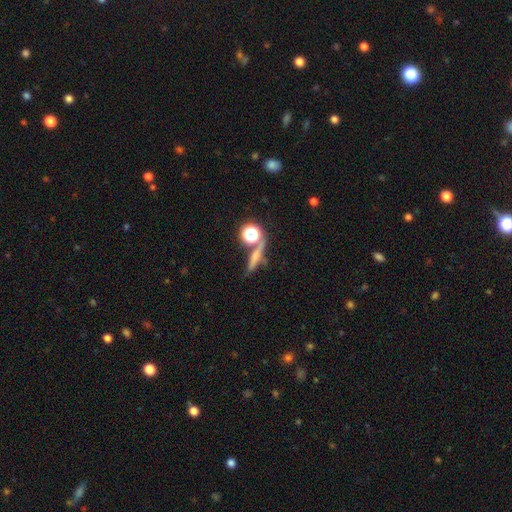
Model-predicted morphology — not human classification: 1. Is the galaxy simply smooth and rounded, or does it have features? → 52% smooth, 29% featured or disk, 19% star or artifact.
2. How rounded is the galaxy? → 60% cigar-shaped, 26% round, 15% in between.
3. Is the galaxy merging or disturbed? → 67% none, 16% merger, 12% minor disturbance, 6% major disturbance.